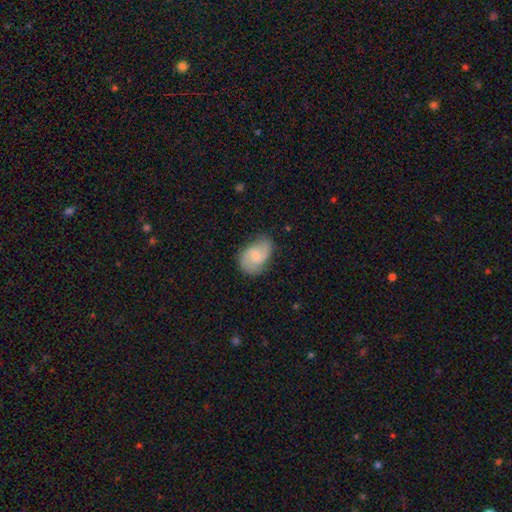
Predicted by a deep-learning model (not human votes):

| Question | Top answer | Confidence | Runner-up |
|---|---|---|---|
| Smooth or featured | featured or disk | 55% | smooth (38%) |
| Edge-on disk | no | 97% | yes (3%) |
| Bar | weak | 48% | no (43%) |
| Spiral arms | yes | 90% | no (10%) |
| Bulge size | small | 49% | moderate (29%) |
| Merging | none | 67% | minor disturbance (24%) |